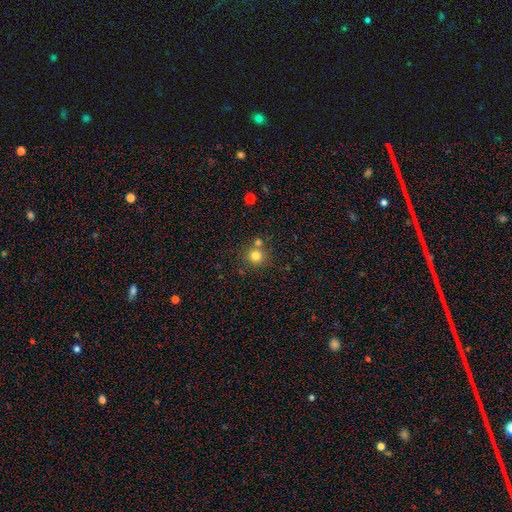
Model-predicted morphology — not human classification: smooth-or-featured: smooth: 78% | star or artifact: 14% | featured or disk: 8%
  how-rounded: round: 91% | in between: 8% | cigar-shaped: 1%
  merging: none: 68% | merger: 21% | minor disturbance: 9% | major disturbance: 3%